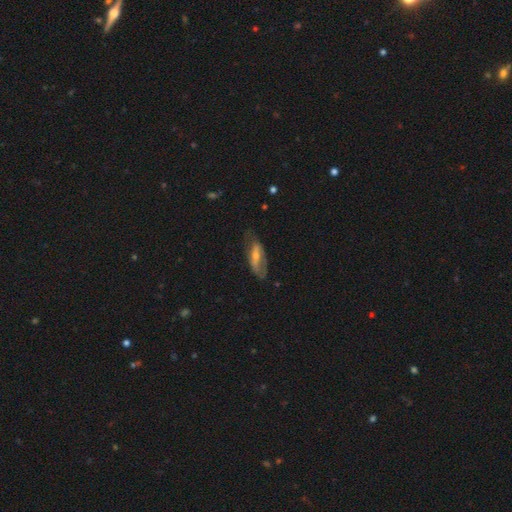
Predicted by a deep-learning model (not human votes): A featured or disk galaxy (54%). Merging: none (52%).